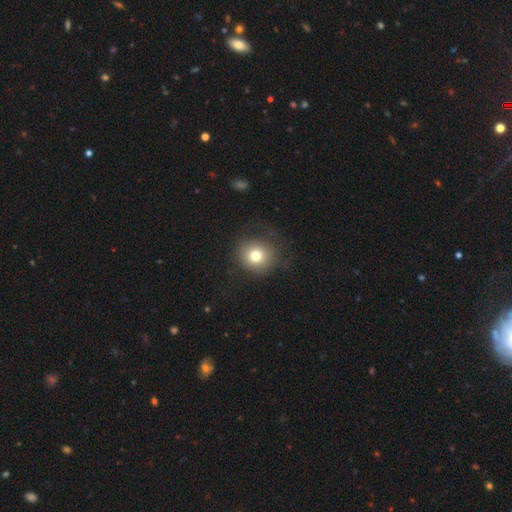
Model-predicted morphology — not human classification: smooth 75%, star or artifact 12%, featured or disk 12%. Down the decision tree: how rounded — round (89%); merging — none (81%).